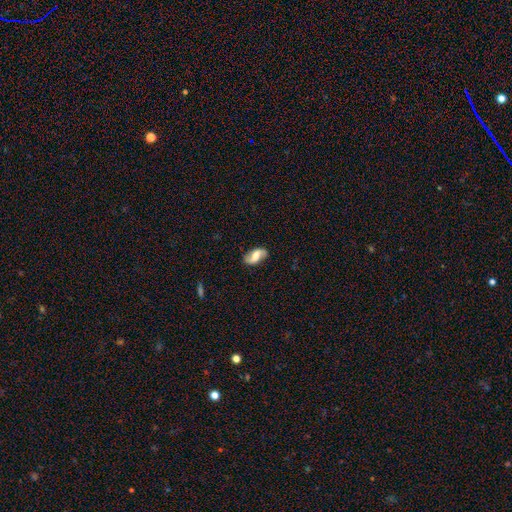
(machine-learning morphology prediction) Smooth or featured: featured or disk — 67% (smooth — 26%)
Edge-on disk: no — 95% (yes — 5%)
Bar: weak — 43% (no — 37%)
Spiral arms: yes — 92% (no — 8%)
Spiral winding: loose — 66% (medium — 25%)
Spiral arm count: 2 — 92% (can't tell — 3%)
Bulge size: moderate — 39% (large — 33%)
Merging: none — 81% (minor disturbance — 14%)